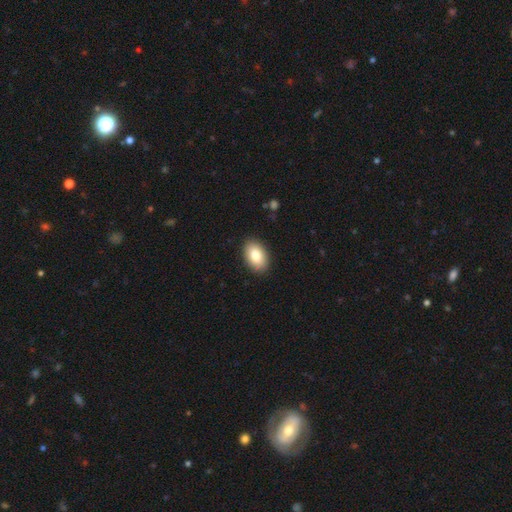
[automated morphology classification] The model was most divided on "smooth or featured": smooth: 83%, featured or disk: 10%, star or artifact: 7%. More confident: how rounded — in between (91%); merging — none (89%).